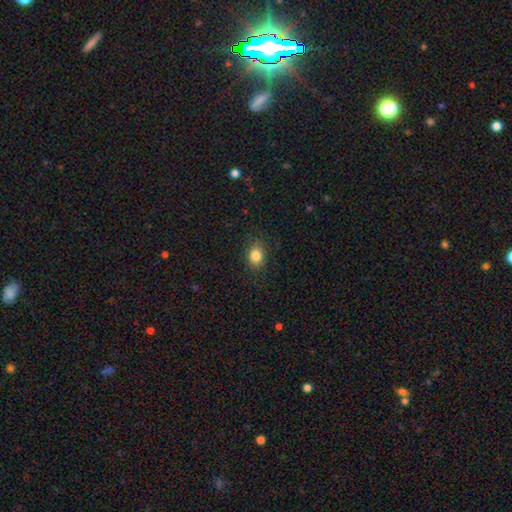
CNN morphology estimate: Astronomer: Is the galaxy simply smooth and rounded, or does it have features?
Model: smooth — 84%.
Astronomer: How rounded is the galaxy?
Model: in between — 55% (runner-up: round, 44%).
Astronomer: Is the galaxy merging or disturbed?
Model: none — 84%.